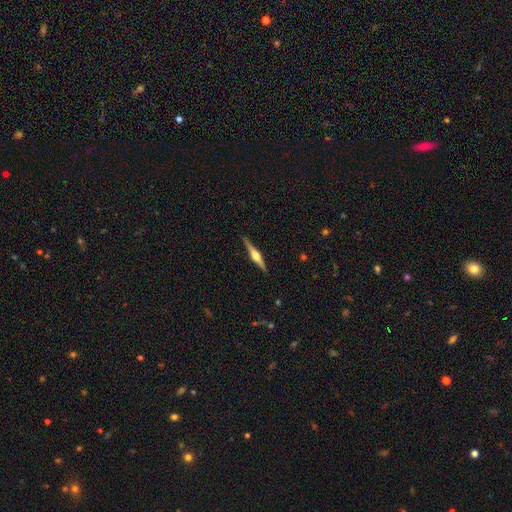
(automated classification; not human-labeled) Smooth or featured?
  - featured or disk: 78% *
  - smooth: 17%
  - star or artifact: 5%
Edge-on disk?
  - yes: 98% *
  - no: 2%
Edge-on bulge?
  - rounded: 92% *
  - boxy: 6%
  - none: 2%
Merging?
  - none: 91% *
  - minor disturbance: 7%
  - major disturbance: 1%
  - merger: 1%